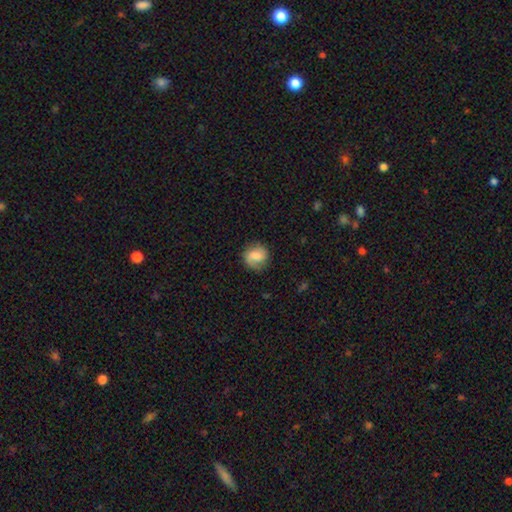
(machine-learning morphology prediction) A smooth galaxy with no disk features (59%) that is round (82%).

Vote fractions:
- Smooth or featured? smooth: 59% / featured or disk: 33% / star or artifact: 8%
- How rounded? round: 82% / in between: 17% / cigar-shaped: 1%
- Merging? none: 78% / minor disturbance: 16% / major disturbance: 5% / merger: 1%